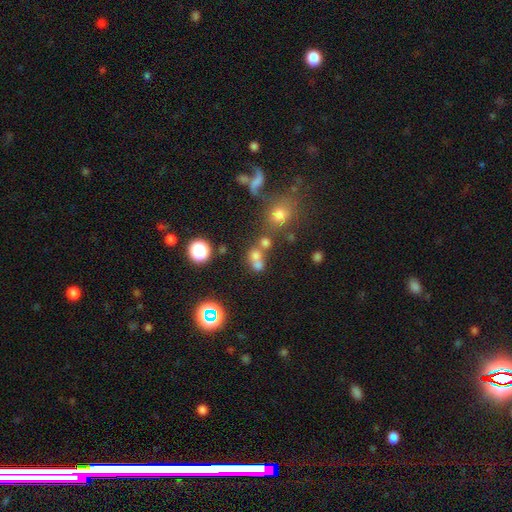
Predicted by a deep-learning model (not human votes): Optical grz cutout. It shows a smooth galaxy with no disk features (61%) that is round (70%). Merging: merger (51%).